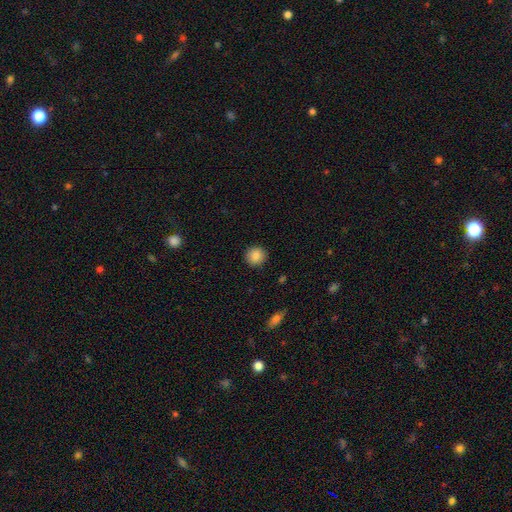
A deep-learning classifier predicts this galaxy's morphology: Overall: smooth (86%). How rounded: round (92%). Merging: none (91%).